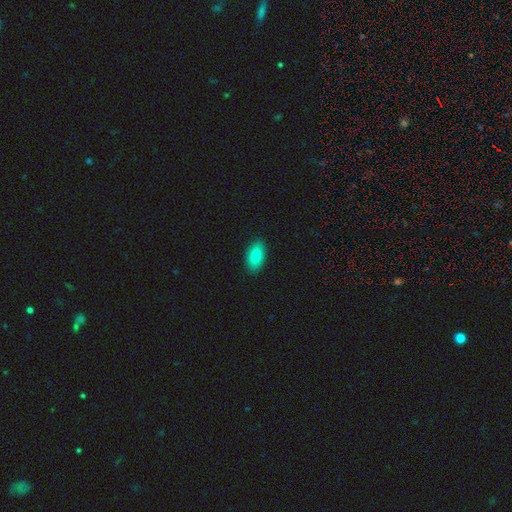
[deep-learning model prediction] This appears to be a smooth galaxy with no disk features (84%) that is in between round and cigar-shaped (93%). Merging: none (89%).